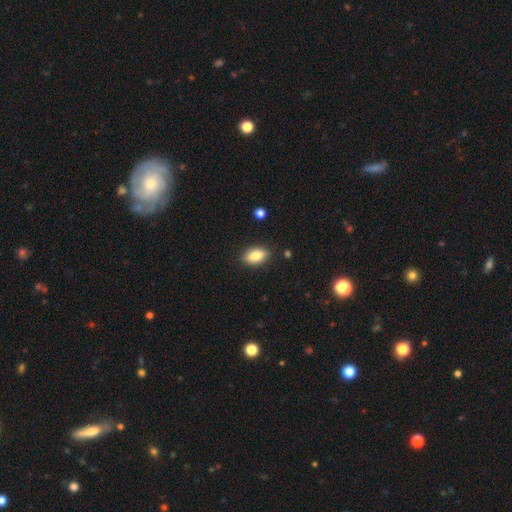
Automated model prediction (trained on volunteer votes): This is clearly a smooth galaxy (80%). How rounded: clearly in between (87%). Merging: clearly none (86%).